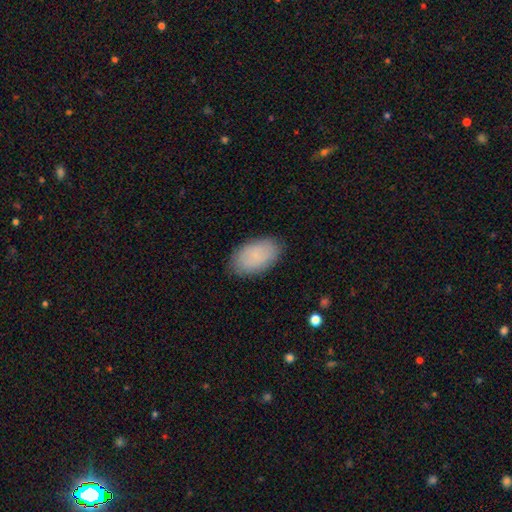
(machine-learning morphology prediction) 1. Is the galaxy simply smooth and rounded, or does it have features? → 85% smooth, 9% featured or disk, 6% star or artifact.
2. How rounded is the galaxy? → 94% in between, 5% round, 1% cigar-shaped.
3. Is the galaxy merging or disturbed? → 85% none, 11% minor disturbance, 3% major disturbance, 1% merger.